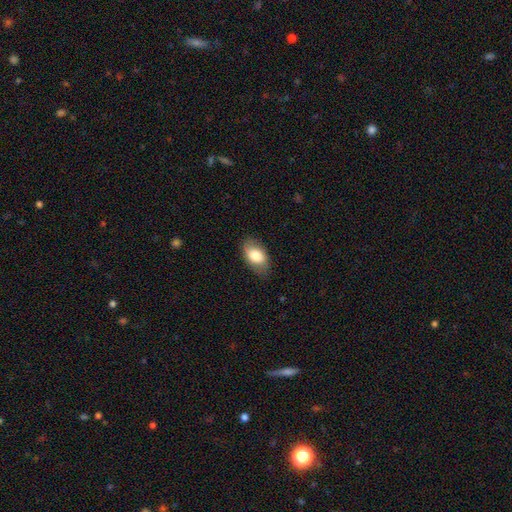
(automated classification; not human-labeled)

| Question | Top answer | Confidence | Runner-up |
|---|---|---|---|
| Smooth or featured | smooth | 78% | featured or disk (15%) |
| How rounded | in between | 91% | round (7%) |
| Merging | none | 78% | minor disturbance (16%) |